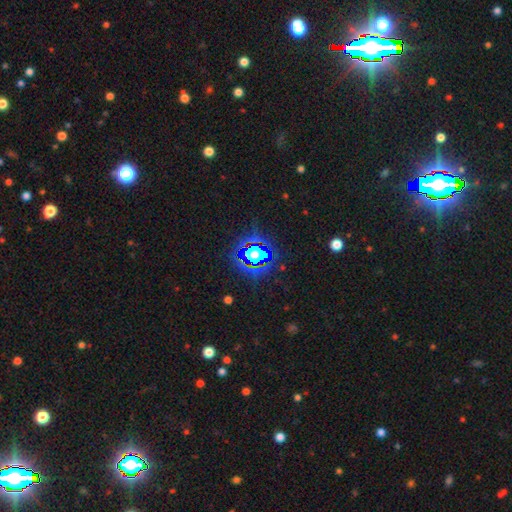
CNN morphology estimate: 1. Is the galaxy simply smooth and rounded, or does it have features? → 64% star or artifact, 23% smooth, 13% featured or disk.